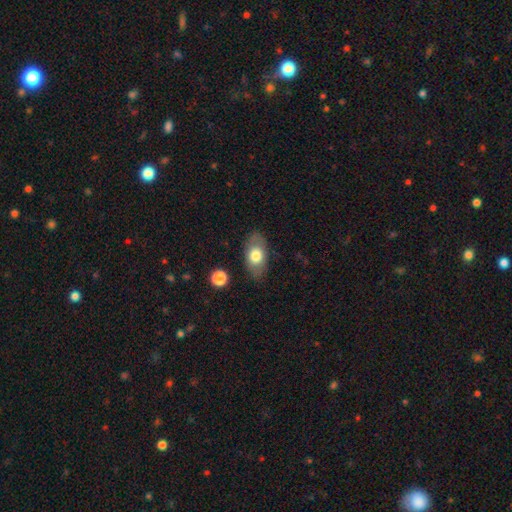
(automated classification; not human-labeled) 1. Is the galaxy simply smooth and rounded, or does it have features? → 70% smooth, 24% featured or disk, 7% star or artifact.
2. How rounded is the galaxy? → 89% in between, 8% round, 3% cigar-shaped.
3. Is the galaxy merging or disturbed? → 82% none, 13% minor disturbance, 4% major disturbance, 1% merger.